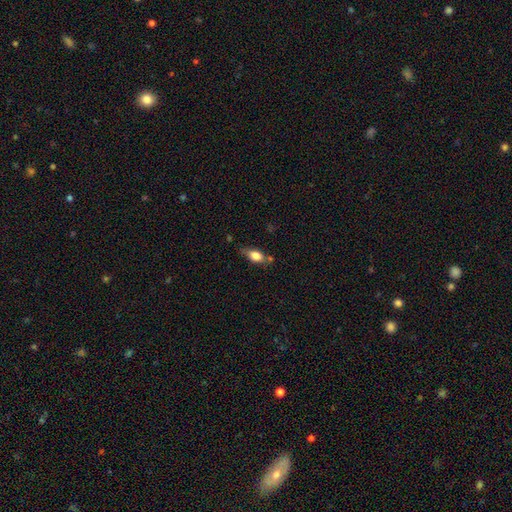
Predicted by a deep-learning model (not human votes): This appears to be a smooth galaxy with no disk features (76%) that is in between round and cigar-shaped (82%). Merging: none (58%).